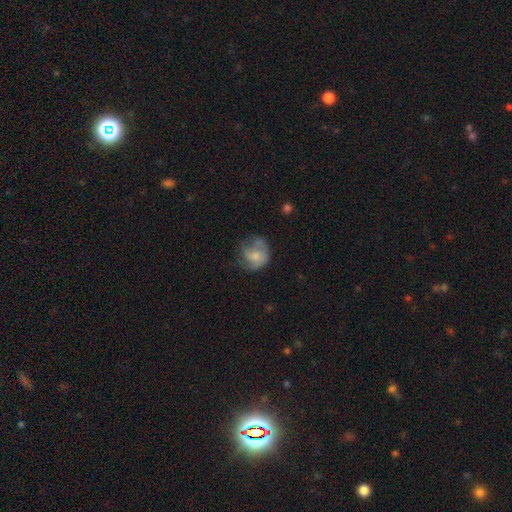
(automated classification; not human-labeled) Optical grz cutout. It shows a smooth galaxy with no disk features (49%). Merging: none (45%).